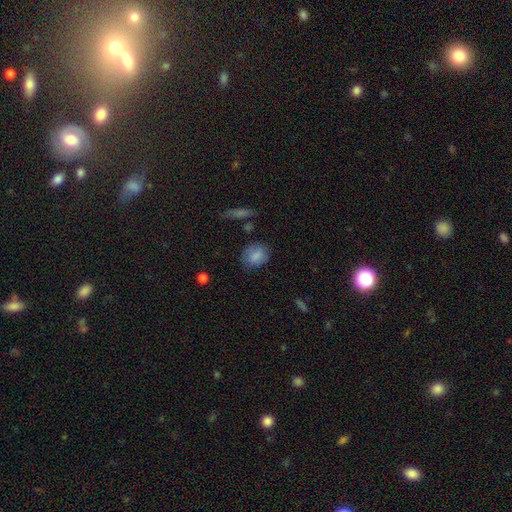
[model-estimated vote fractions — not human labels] A smooth galaxy with no disk features (81%) that is in between round and cigar-shaped (57%).

Vote fractions:
- Smooth or featured? smooth: 81% / featured or disk: 11% / star or artifact: 8%
- How rounded? in between: 57% / round: 41% / cigar-shaped: 2%
- Merging? none: 73% / minor disturbance: 20% / major disturbance: 5% / merger: 2%